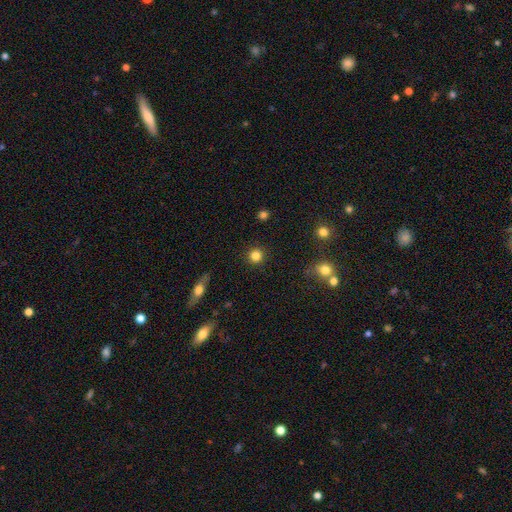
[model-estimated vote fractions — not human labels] Smooth or featured: smooth — 83% (star or artifact — 12%)
How rounded: round — 94% (in between — 5%)
Merging: none — 91% (minor disturbance — 6%)